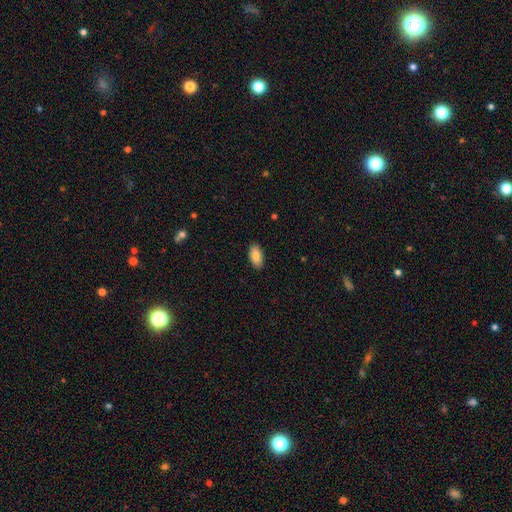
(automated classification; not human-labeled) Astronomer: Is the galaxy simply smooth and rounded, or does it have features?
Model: smooth — 84%.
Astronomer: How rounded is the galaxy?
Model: in between — 92%.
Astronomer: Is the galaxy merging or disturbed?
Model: none — 89%.